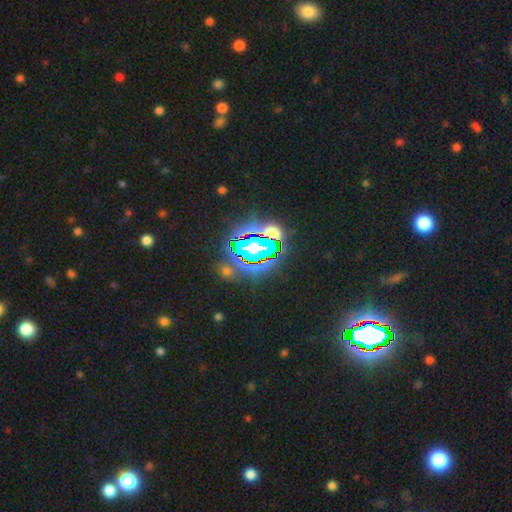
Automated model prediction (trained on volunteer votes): This is likely a star or artifact rather than a galaxy (78%).